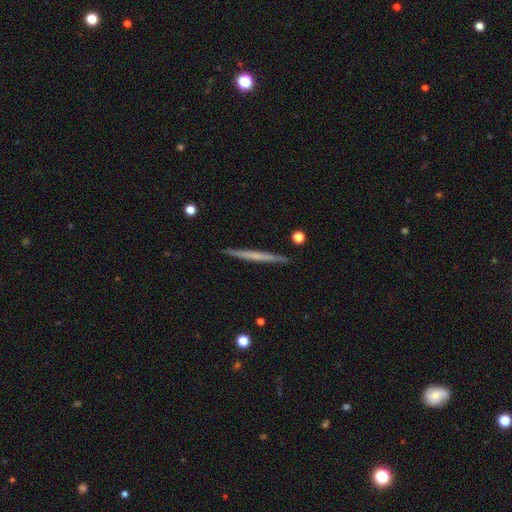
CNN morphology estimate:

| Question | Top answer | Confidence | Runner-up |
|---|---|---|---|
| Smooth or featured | featured or disk | 54% | smooth (41%) |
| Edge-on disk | yes | 97% | no (3%) |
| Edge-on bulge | none | 81% | rounded (14%) |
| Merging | none | 92% | minor disturbance (6%) |